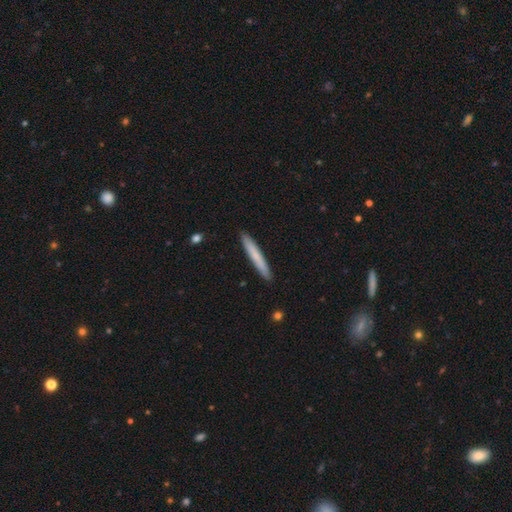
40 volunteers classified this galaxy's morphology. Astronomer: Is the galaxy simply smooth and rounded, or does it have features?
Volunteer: smooth — 62%.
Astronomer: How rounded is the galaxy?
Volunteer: cigar-shaped — 88%.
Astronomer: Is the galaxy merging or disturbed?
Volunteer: none — 97%.